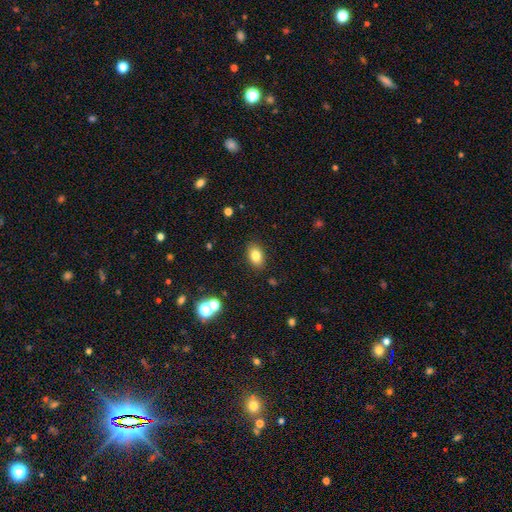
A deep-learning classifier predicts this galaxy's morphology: Smooth or featured? Predicted: smooth (p=0.81). How rounded? Predicted: in between (p=0.83). Merging? Predicted: none (p=0.87).